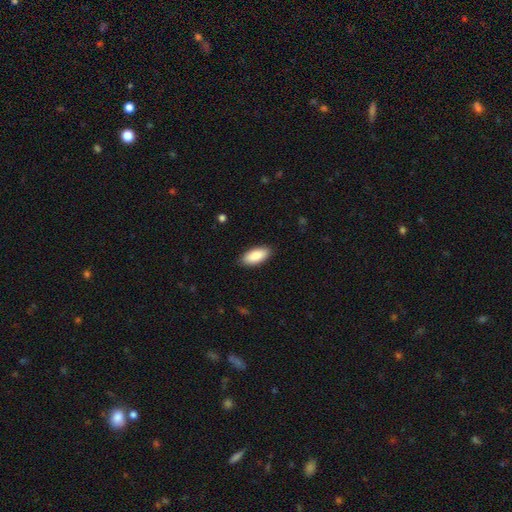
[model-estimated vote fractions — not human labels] Smooth or featured? smooth (89%)
How rounded? in between (89%)
Merging? none (88%)